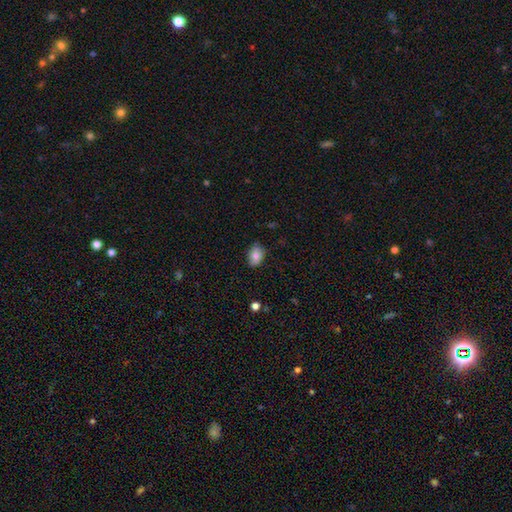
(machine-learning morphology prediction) type=smooth (80%); roundness=in between (80%); merging=none (79%).